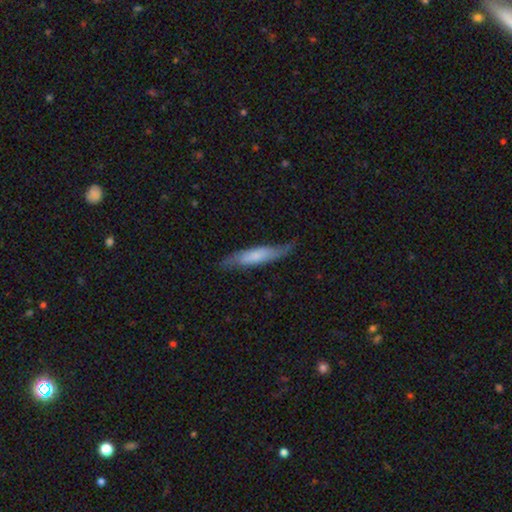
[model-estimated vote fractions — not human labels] Morphology: type=smooth (57%); roundness=cigar-shaped (80%); merging=none (69%).